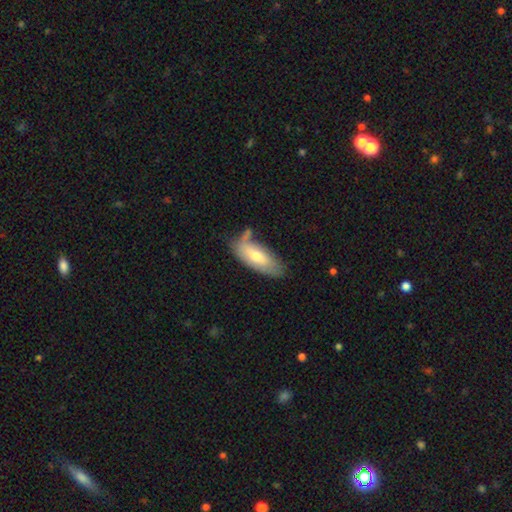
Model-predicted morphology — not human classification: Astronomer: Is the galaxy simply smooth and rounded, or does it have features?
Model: smooth — 66%.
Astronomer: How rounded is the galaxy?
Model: in between — 79%.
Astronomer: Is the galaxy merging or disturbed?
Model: none — 57%.